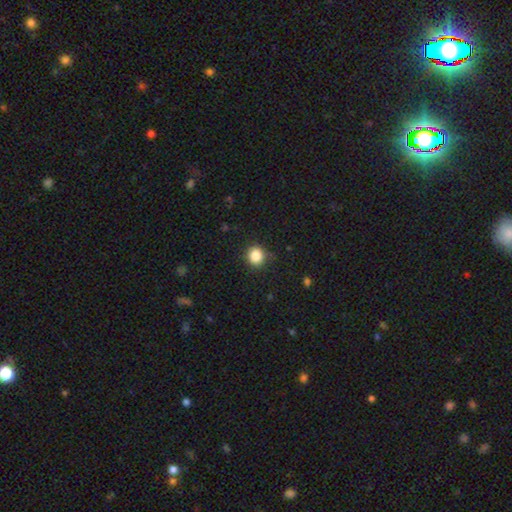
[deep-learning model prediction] smooth 85%, star or artifact 11%, featured or disk 4%. Down the decision tree: how rounded — round (86%); merging — none (85%).